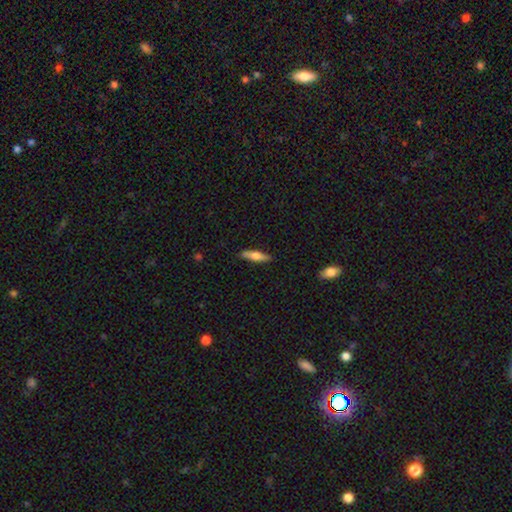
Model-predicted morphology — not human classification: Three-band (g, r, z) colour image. It shows a smooth galaxy with no disk features (59%) that is cigar-shaped (74%). Merging: none (88%).